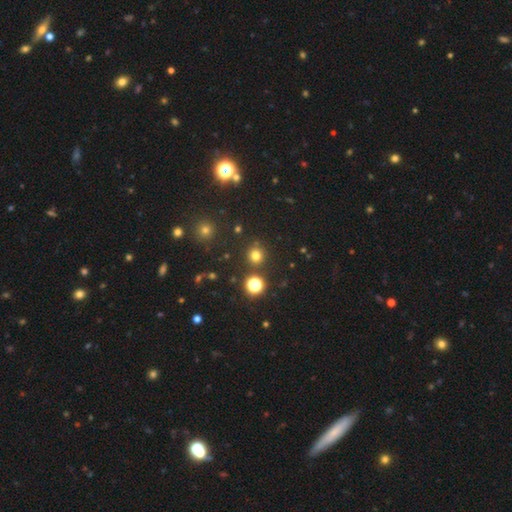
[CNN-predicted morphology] Smooth or featured? Predicted: smooth (p=0.73). How rounded? Predicted: round (p=0.93). Merging? Predicted: none (p=0.86).